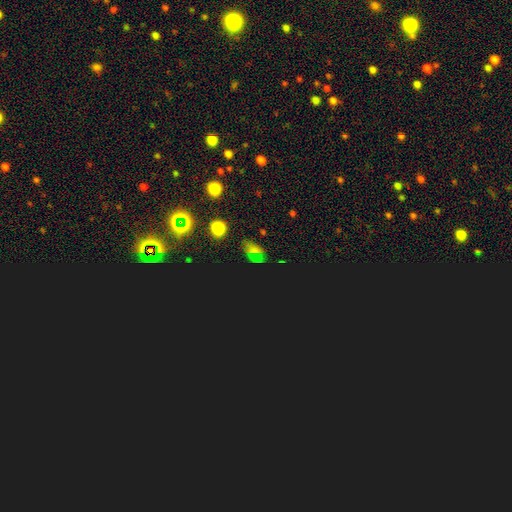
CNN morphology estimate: Q: Smooth or featured?
A: star or artifact (61%); runner-up: smooth (26%)